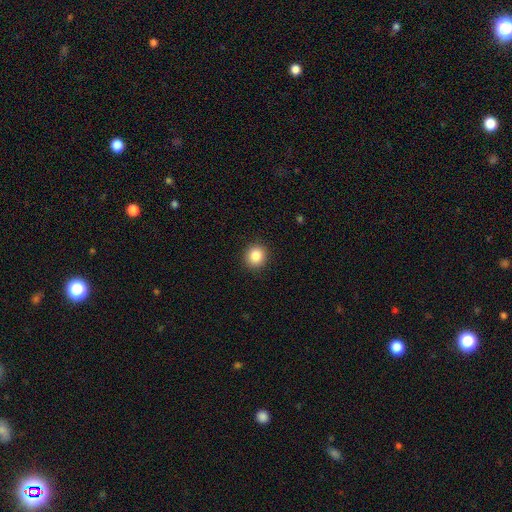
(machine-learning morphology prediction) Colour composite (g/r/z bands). It shows a smooth galaxy with no disk features (87%) that is round (87%). Merging: none (92%).